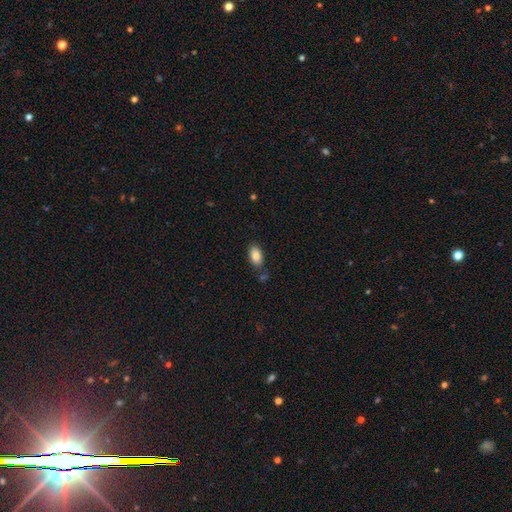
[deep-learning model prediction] Smooth or featured? Predicted: smooth (p=0.86). How rounded? Predicted: in between (p=0.93). Merging? Predicted: none (p=0.77).